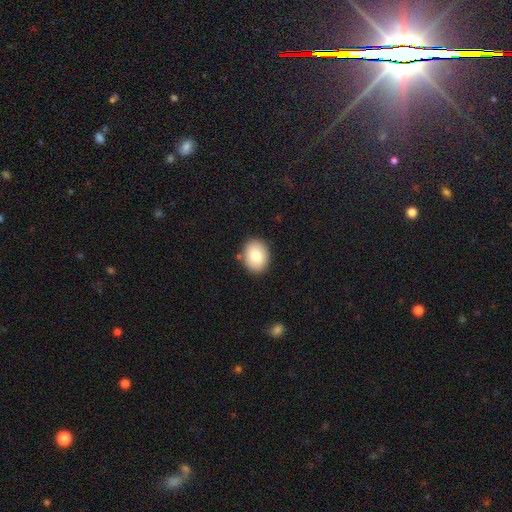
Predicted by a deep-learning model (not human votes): A smooth galaxy with no disk features (81%) that is in between round and cigar-shaped (62%). Merging: none (87%).